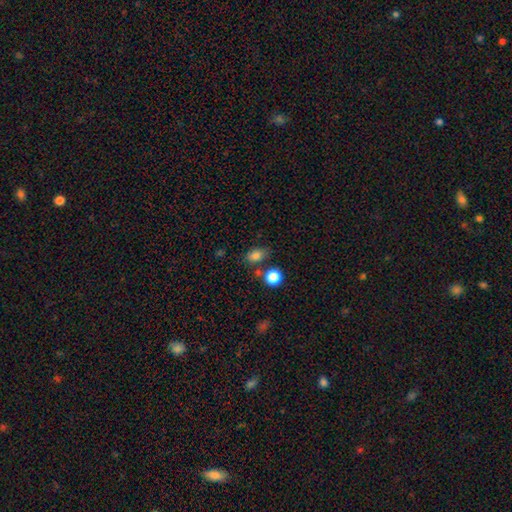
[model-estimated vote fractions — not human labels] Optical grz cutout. It shows a smooth galaxy with no disk features (80%) that is in between round and cigar-shaped (68%). Merging: none (68%).